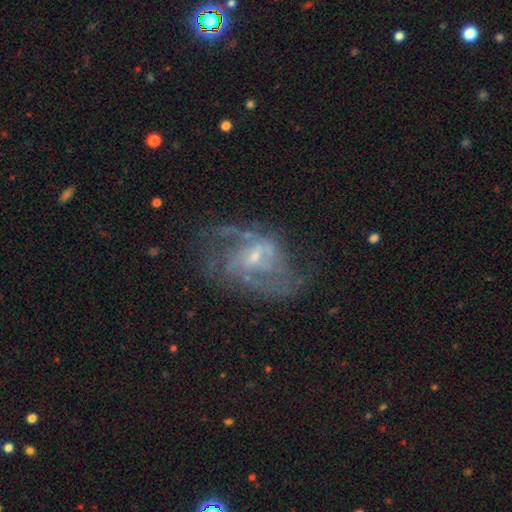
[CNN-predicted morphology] Smooth or featured?
  - featured or disk: 80% *
  - smooth: 11%
  - star or artifact: 9%
Edge-on disk?
  - no: 97% *
  - yes: 3%
Bar?
  - weak: 49% *
  - no: 39%
  - strong: 11%
Spiral arms?
  - yes: 78% *
  - no: 22%
Spiral winding?
  - medium: 45% *
  - loose: 31%
  - tight: 23%
Spiral arm count?
  - 2: 41% *
  - can't tell: 32%
  - 3: 13%
  - 1: 6%
  - 4: 5%
  - more than 4: 4%
Bulge size?
  - small: 59% *
  - moderate: 31%
  - none: 7%
  - large: 2%
  - dominant: 1%
Merging?
  - none: 48% *
  - major disturbance: 28%
  - minor disturbance: 21%
  - merger: 3%